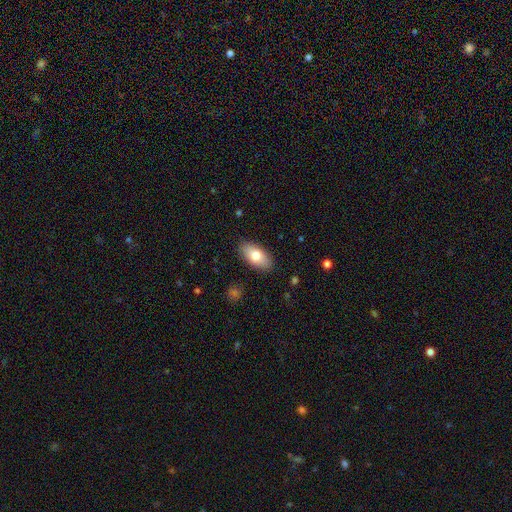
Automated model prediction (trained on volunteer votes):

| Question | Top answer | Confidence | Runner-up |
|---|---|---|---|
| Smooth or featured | smooth | 76% | featured or disk (18%) |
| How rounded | in between | 91% | cigar-shaped (6%) |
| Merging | none | 88% | minor disturbance (9%) |